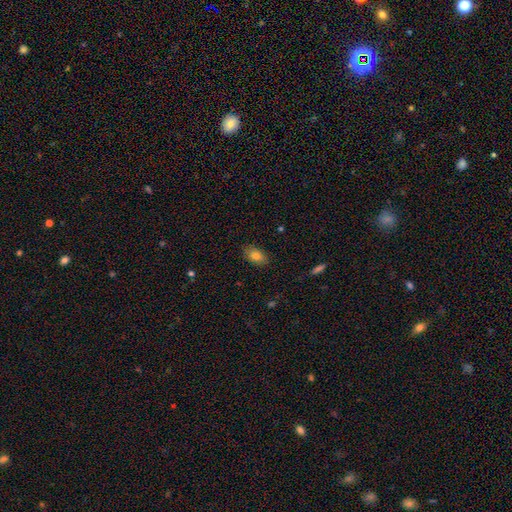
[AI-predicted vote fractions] Smooth or featured? smooth (80%)
How rounded? in between (89%)
Merging? none (86%)